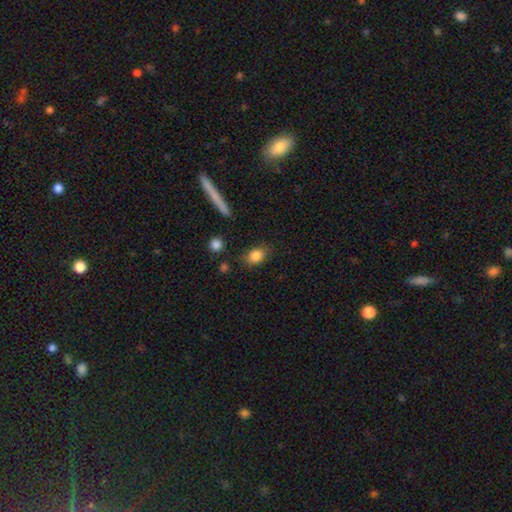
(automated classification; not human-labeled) Smooth or featured?
  - smooth: 85% *
  - star or artifact: 8%
  - featured or disk: 7%
How rounded?
  - in between: 74% *
  - round: 23%
  - cigar-shaped: 3%
Merging?
  - none: 78% *
  - minor disturbance: 15%
  - major disturbance: 4%
  - merger: 3%